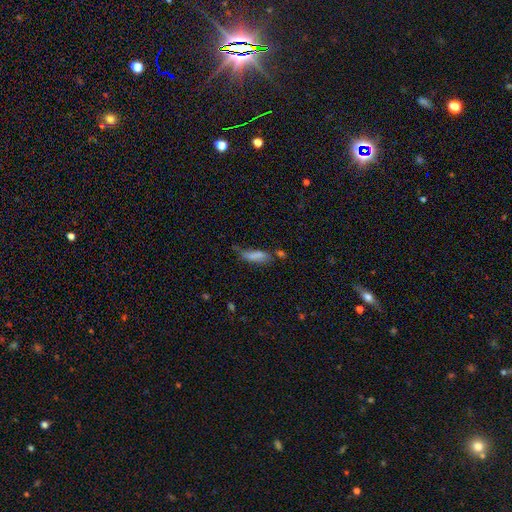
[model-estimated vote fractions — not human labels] Morphology: type=smooth (75%); roundness=in between (51%); merging=none (39%).